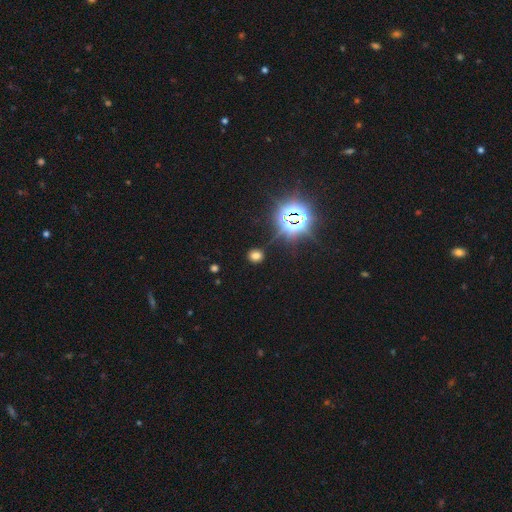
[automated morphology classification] smooth 58%, star or artifact 35%, featured or disk 7%. Down the decision tree: how rounded — round (68%); merging — none (82%).